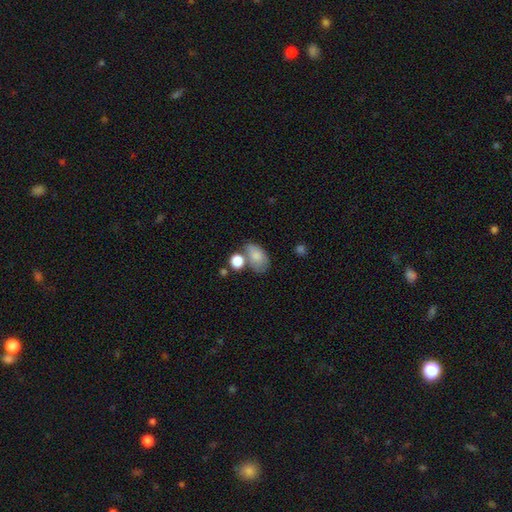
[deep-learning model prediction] This is likely a smooth galaxy (80%). How rounded: clearly in between (86%). Merging: marginally none (43%).